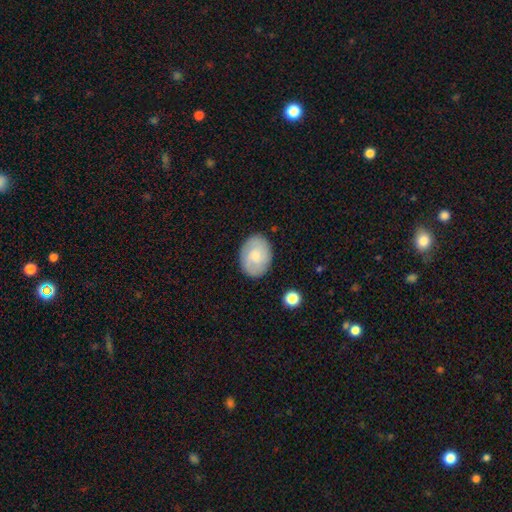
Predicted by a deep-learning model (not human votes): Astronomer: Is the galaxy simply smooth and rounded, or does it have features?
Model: smooth — 54% (runner-up: featured or disk, 39%).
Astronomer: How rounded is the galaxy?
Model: in between — 66%.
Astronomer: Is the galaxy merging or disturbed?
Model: none — 86%.